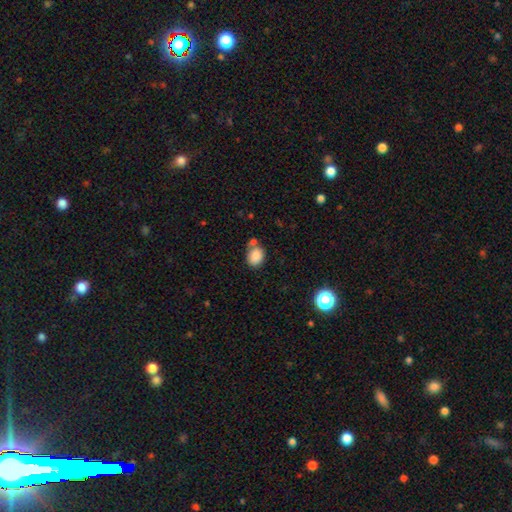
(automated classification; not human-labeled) smooth 85%, star or artifact 9%, featured or disk 6%. Down the decision tree: how rounded — in between (61%); merging — none (53%).